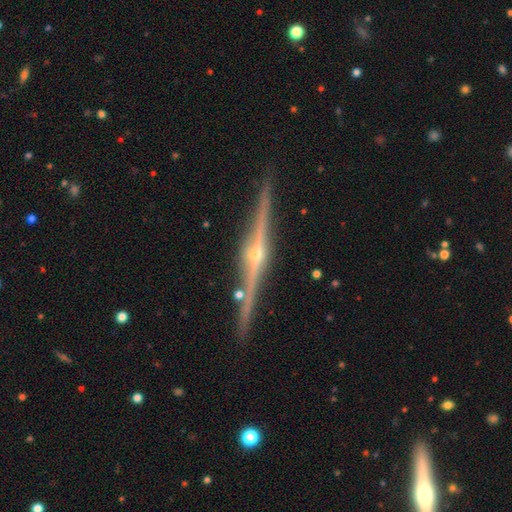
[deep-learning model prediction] smooth-or-featured: featured or disk: 90% | smooth: 5% | star or artifact: 5%
  disk-edge-on: yes: 98% | no: 2%
    edge-on-bulge: rounded: 86% | boxy: 7% | none: 7%
  merging: none: 89% | minor disturbance: 7% | merger: 2% | major disturbance: 2%